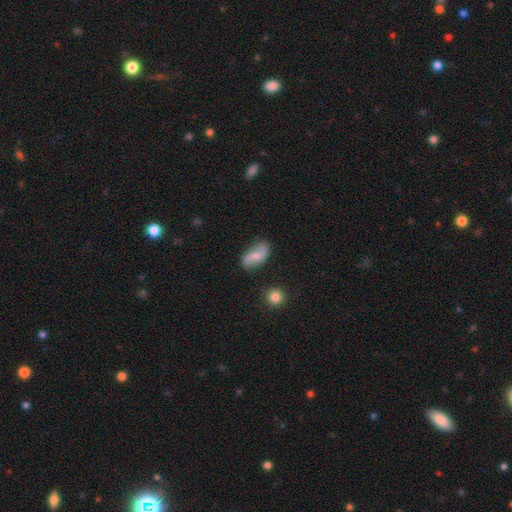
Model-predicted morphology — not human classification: Smooth or featured: featured or disk — 52% (smooth — 41%)
Edge-on disk: no — 95% (yes — 5%)
Merging: none — 70% (minor disturbance — 21%)